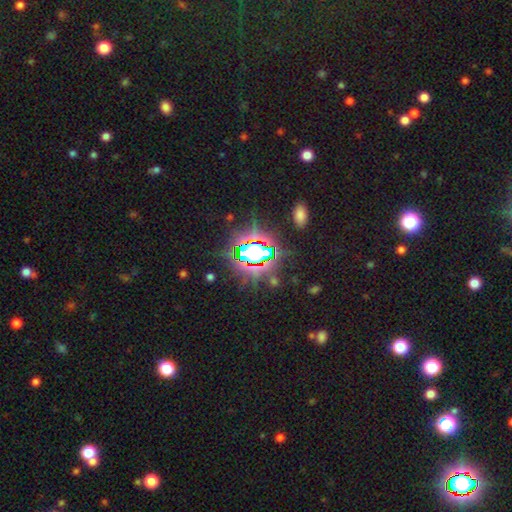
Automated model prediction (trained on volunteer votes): Q: Smooth or featured?
A: star or artifact (74%); runner-up: smooth (16%)